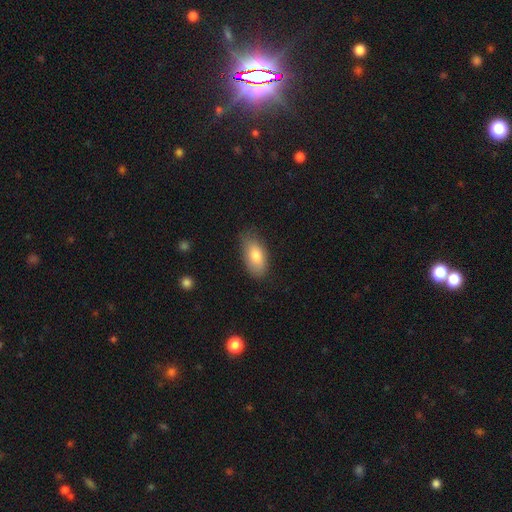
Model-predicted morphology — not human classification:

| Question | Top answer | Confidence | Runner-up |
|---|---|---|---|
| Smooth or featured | smooth | 78% | featured or disk (15%) |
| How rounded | in between | 89% | cigar-shaped (7%) |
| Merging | none | 74% | minor disturbance (21%) |